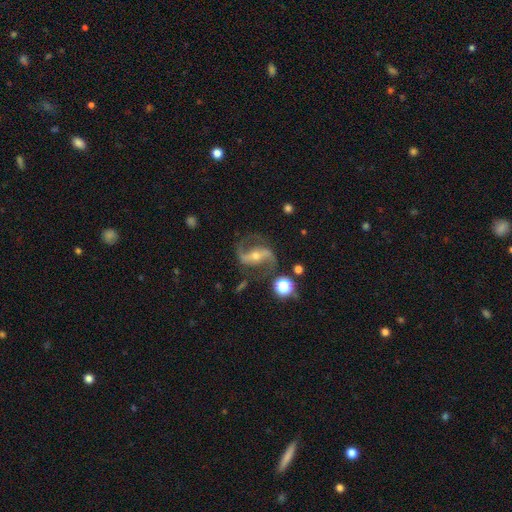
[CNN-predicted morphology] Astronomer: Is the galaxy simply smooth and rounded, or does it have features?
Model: featured or disk — 89%.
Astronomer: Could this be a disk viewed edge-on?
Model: no — 96%.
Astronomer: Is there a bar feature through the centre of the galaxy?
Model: strong — 56%.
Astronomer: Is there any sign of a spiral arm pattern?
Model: yes — 96%.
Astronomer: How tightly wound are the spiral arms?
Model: loose — 47% (runner-up: medium, 42%).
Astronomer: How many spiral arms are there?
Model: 2 — 93%.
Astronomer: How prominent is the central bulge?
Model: small — 52% (runner-up: moderate, 44%).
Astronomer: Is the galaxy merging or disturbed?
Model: none — 76%.